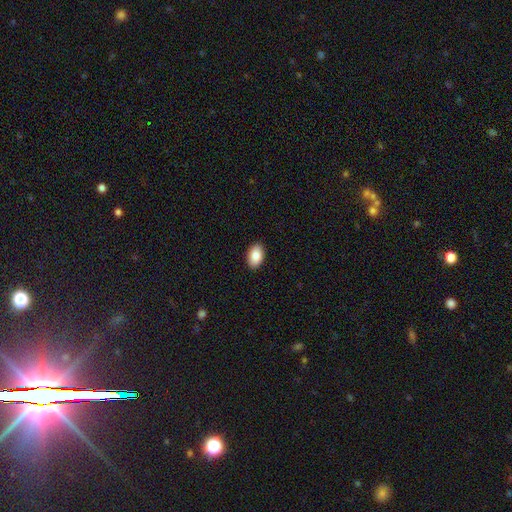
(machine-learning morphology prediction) type=smooth (87%); roundness=in between (92%); merging=none (90%).